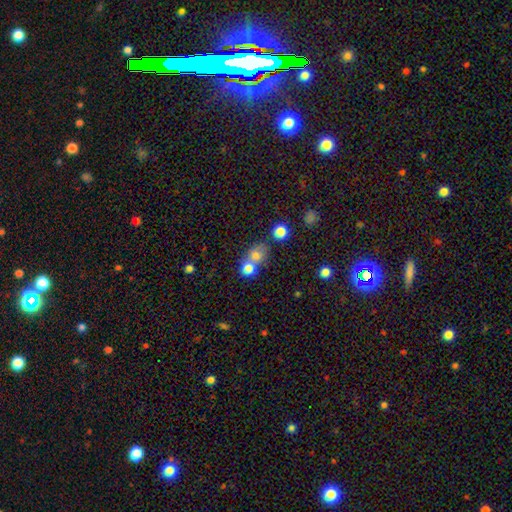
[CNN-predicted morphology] Smooth or featured: smooth — 75% (star or artifact — 14%)
How rounded: round — 74% (in between — 25%)
Merging: merger — 51% (none — 39%)